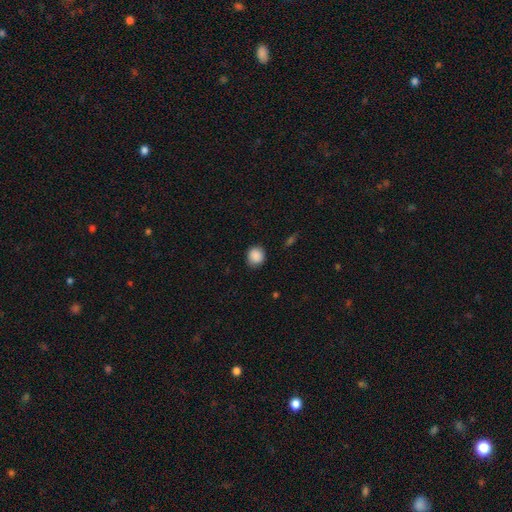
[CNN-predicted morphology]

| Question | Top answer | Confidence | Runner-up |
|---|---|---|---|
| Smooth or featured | smooth | 88% | star or artifact (9%) |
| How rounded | round | 84% | in between (15%) |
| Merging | none | 85% | minor disturbance (11%) |